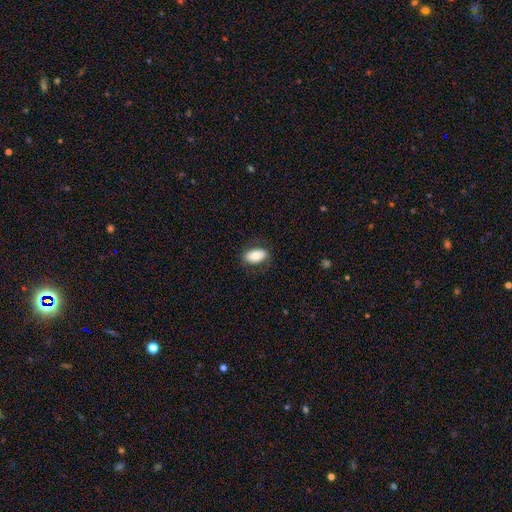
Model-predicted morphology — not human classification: Q: Smooth or featured?
A: smooth (74%); runner-up: featured or disk (18%)
Q: How rounded?
A: in between (91%); runner-up: round (7%)
Q: Merging?
A: none (80%); runner-up: minor disturbance (14%)